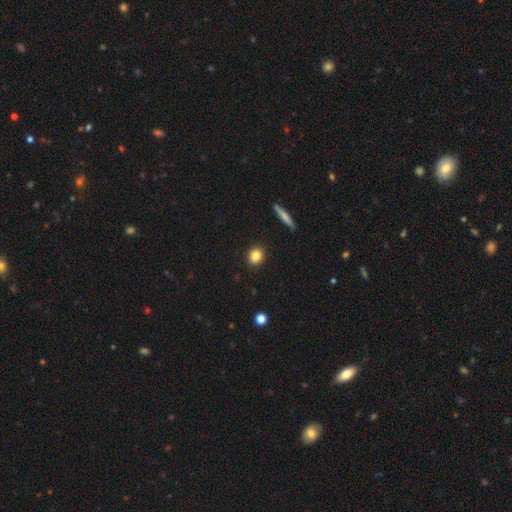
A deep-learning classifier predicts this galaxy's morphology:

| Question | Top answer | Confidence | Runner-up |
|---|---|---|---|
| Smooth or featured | smooth | 83% | star or artifact (9%) |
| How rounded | round | 67% | in between (30%) |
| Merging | none | 89% | minor disturbance (8%) |